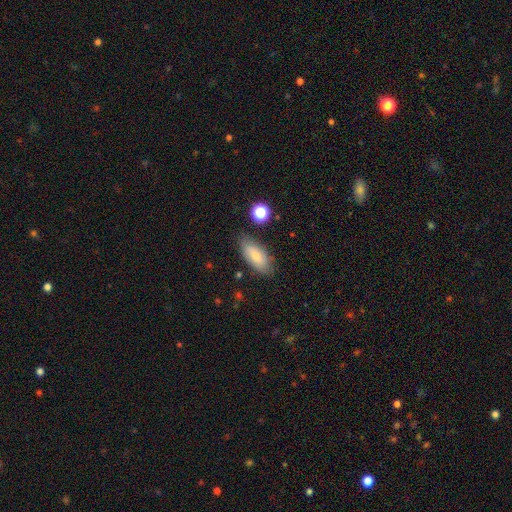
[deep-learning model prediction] Q: Smooth or featured?
A: smooth (76%); runner-up: featured or disk (16%)
Q: How rounded?
A: in between (85%); runner-up: cigar-shaped (13%)
Q: Merging?
A: none (75%); runner-up: minor disturbance (18%)